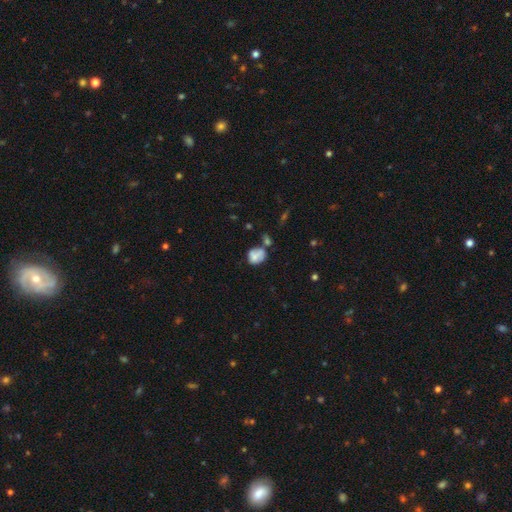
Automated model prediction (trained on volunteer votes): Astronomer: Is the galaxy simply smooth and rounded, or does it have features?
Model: smooth — 66%.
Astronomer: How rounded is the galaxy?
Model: in between — 54% (runner-up: round, 45%).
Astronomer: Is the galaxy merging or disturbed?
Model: none — 35% (runner-up: merger, 27%).